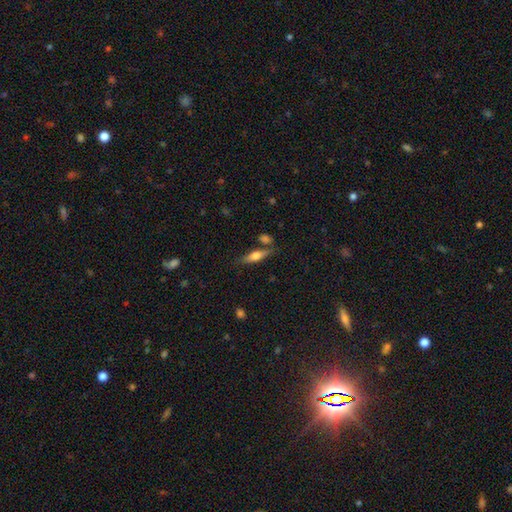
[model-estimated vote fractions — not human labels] smooth-or-featured: smooth: 51% | featured or disk: 42% | star or artifact: 7%
  how-rounded: cigar-shaped: 61% | in between: 36% | round: 3%
  merging: none: 73% | minor disturbance: 13% | merger: 11% | major disturbance: 4%